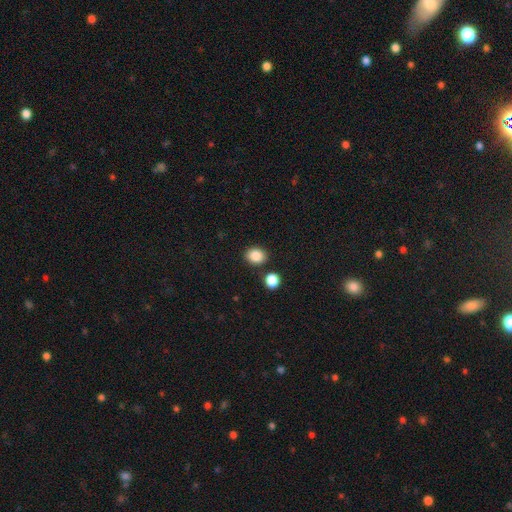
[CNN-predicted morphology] Smooth or featured: smooth — 87% (star or artifact — 9%)
How rounded: round — 53% (in between — 46%)
Merging: none — 83% (minor disturbance — 9%)